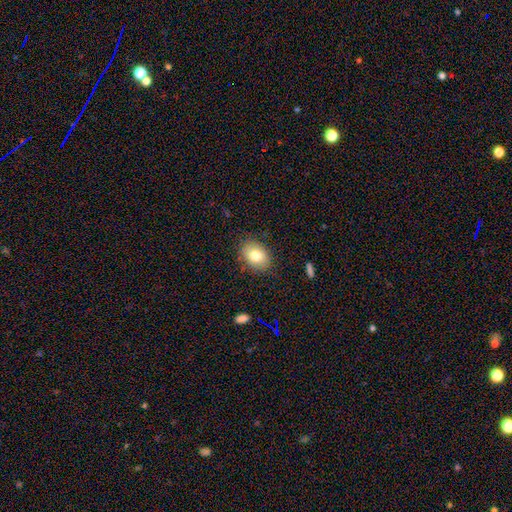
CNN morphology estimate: A smooth galaxy with no disk features (79%) that is in between round and cigar-shaped (69%).

Vote fractions:
- Smooth or featured? smooth: 79% / featured or disk: 12% / star or artifact: 9%
- How rounded? in between: 69% / round: 30% / cigar-shaped: 1%
- Merging? none: 82% / minor disturbance: 13% / major disturbance: 3% / merger: 1%